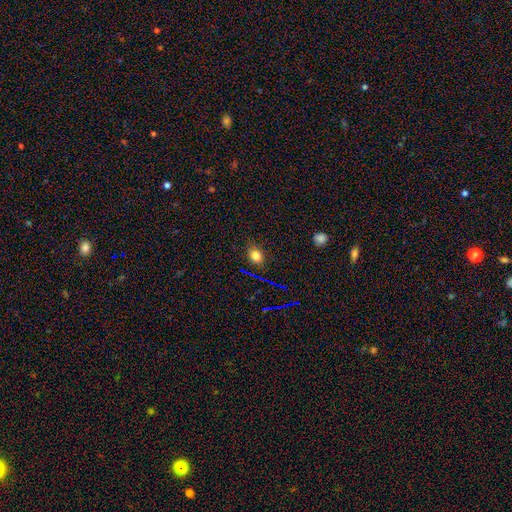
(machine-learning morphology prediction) Smooth or featured? Predicted: smooth (p=0.76). How rounded? Predicted: in between (p=0.64). Merging? Predicted: none (p=0.83).